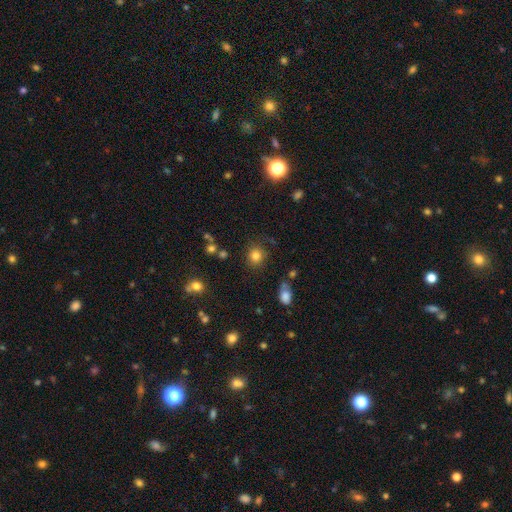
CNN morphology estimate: This is clearly a smooth galaxy (81%). How rounded: clearly round (85%). Merging: clearly none (81%).